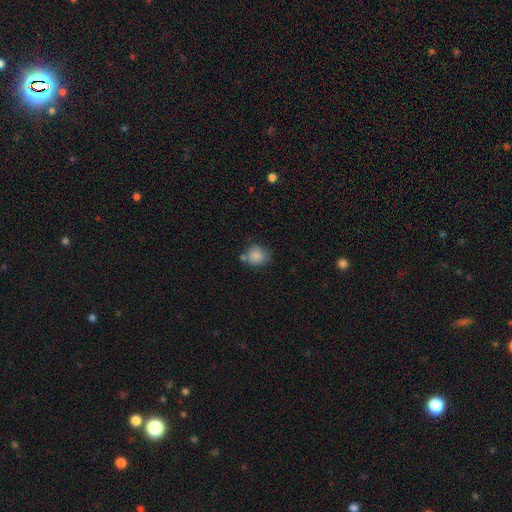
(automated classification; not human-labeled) Q: Smooth or featured?
A: smooth (86%); runner-up: star or artifact (8%)
Q: How rounded?
A: round (84%); runner-up: in between (15%)
Q: Merging?
A: none (63%); runner-up: minor disturbance (18%)